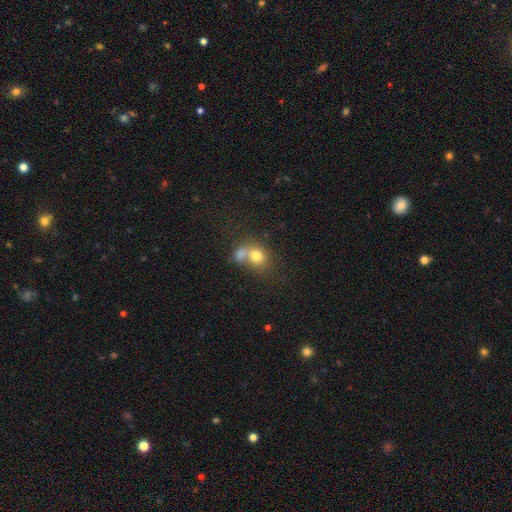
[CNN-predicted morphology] Smooth or featured?
  - smooth: 74% *
  - featured or disk: 15%
  - star or artifact: 11%
How rounded?
  - round: 61% *
  - in between: 38%
  - cigar-shaped: 1%
Merging?
  - merger: 56% *
  - none: 29%
  - minor disturbance: 9%
  - major disturbance: 6%